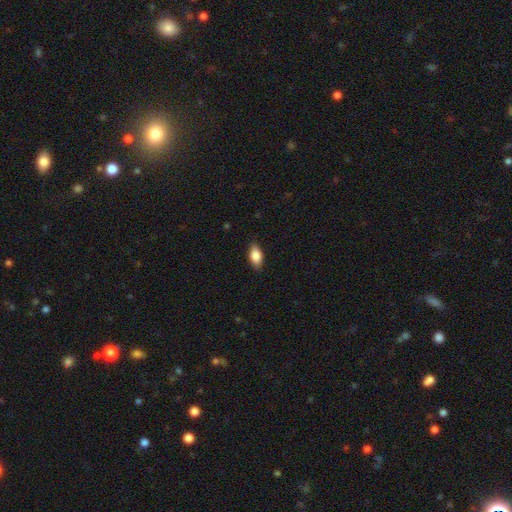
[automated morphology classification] This appears to be a smooth galaxy with no disk features (84%) that is in between round and cigar-shaped (90%). Merging: none (85%).